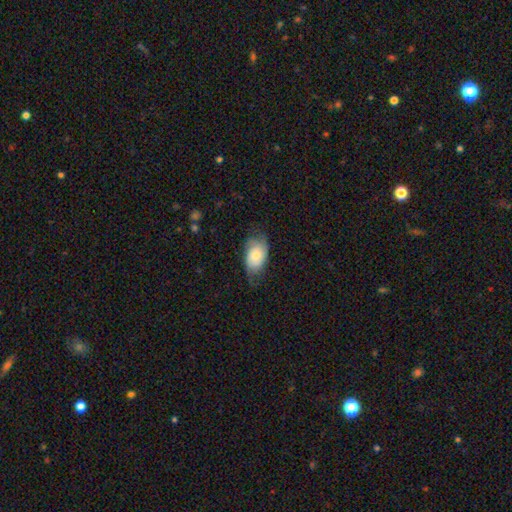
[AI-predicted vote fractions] This appears to be a smooth galaxy with no disk features (58%) that is in between round and cigar-shaped (89%). Merging: none (55%).